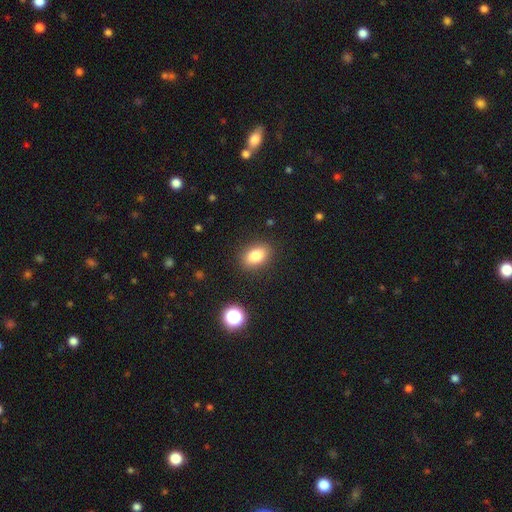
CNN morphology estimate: smooth-or-featured: smooth: 83% | star or artifact: 10% | featured or disk: 7%
  how-rounded: in between: 83% | round: 15% | cigar-shaped: 2%
  merging: none: 87% | minor disturbance: 9% | major disturbance: 3% | merger: 1%